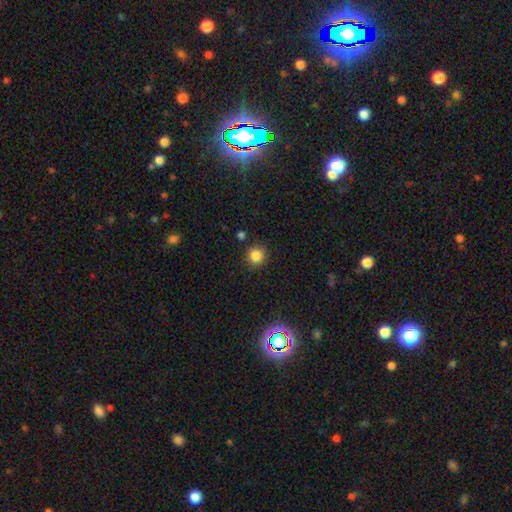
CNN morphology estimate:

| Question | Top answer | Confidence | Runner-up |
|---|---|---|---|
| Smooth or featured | smooth | 84% | star or artifact (12%) |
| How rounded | round | 92% | in between (7%) |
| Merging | none | 86% | minor disturbance (8%) |